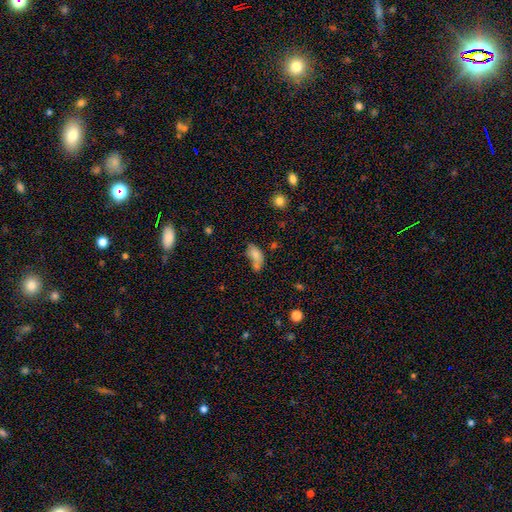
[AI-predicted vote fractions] A smooth galaxy with no disk features (75%) that is in between round and cigar-shaped (87%). Merging: merger (39%).